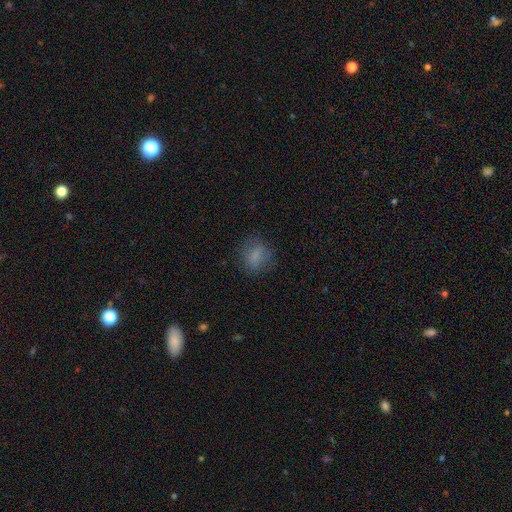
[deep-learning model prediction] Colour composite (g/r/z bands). It shows a smooth galaxy with no disk features (77%) that is round (53%). Merging: none (75%).